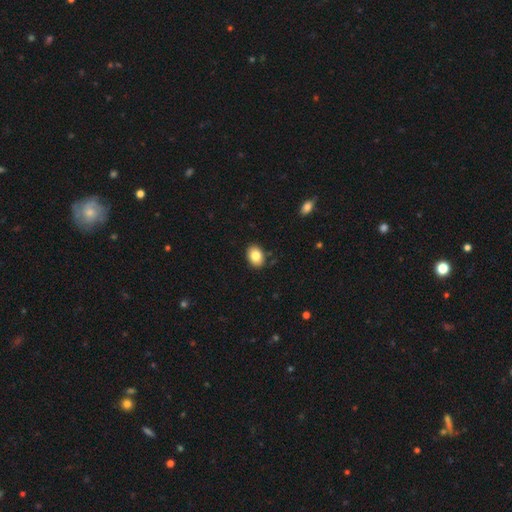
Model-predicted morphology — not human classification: The model was most divided on "how rounded": in between: 77%, round: 22%, cigar-shaped: 1%. More confident: merging — none (88%); smooth or featured — smooth (84%).